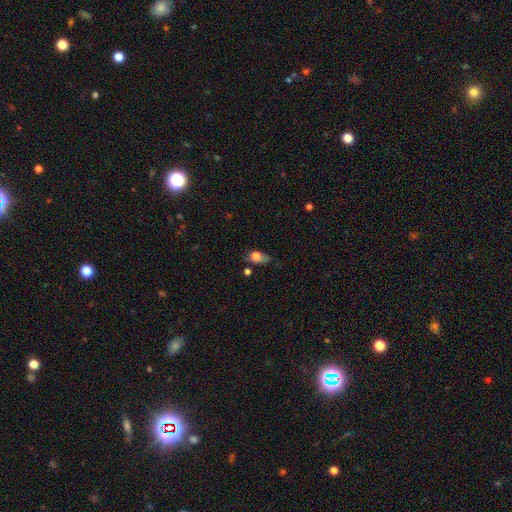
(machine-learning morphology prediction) Q: Smooth or featured?
A: smooth (71%); runner-up: featured or disk (19%)
Q: How rounded?
A: in between (76%); runner-up: round (17%)
Q: Merging?
A: none (49%); runner-up: minor disturbance (34%)